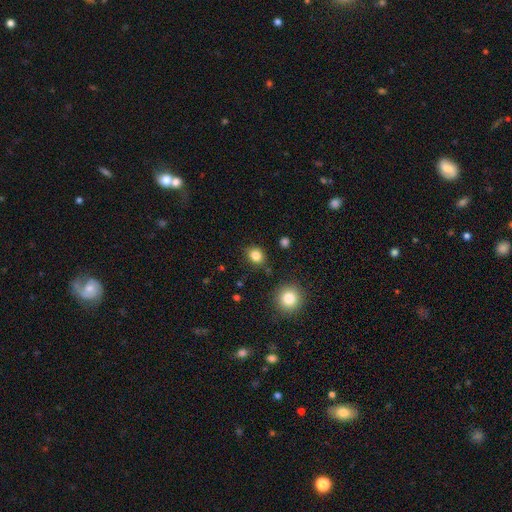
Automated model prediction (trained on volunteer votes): smooth 84%, star or artifact 11%, featured or disk 5%. Down the decision tree: how rounded — round (56%); merging — none (82%).